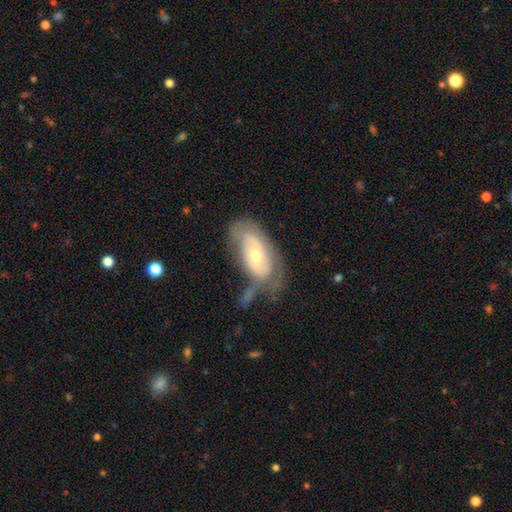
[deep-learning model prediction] Overall: featured or disk (60%; smooth 34%). Edge-on disk: no (91%). Bar: no (72%). Spiral arms: yes (61%; no 39%). Bulge size: moderate (49%; small 46%). Merging: none (43%; minor disturbance 27%).